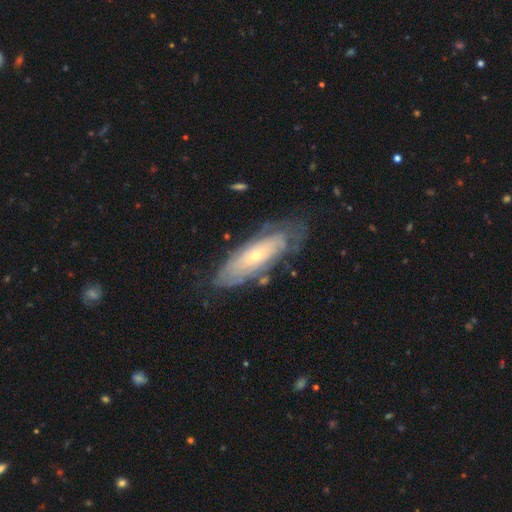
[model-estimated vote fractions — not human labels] A featured or disk galaxy (69%) with no bar (82%), spiral arms (72%) and a small central bulge (72%). Merging: none (68%).